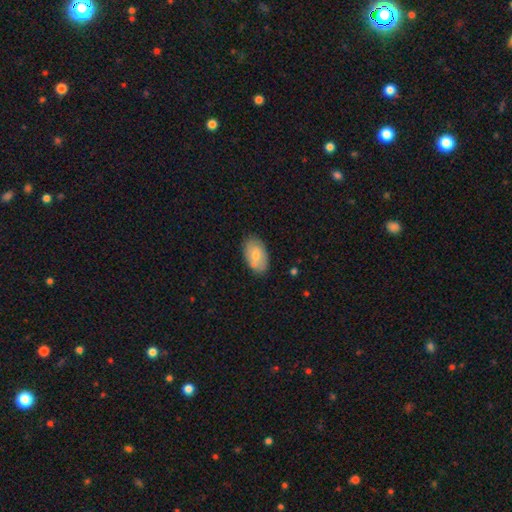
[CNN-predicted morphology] smooth-or-featured: smooth: 70% | featured or disk: 24% | star or artifact: 6%
  how-rounded: in between: 93% | round: 6% | cigar-shaped: 1%
  merging: none: 76% | minor disturbance: 15% | merger: 6% | major disturbance: 3%